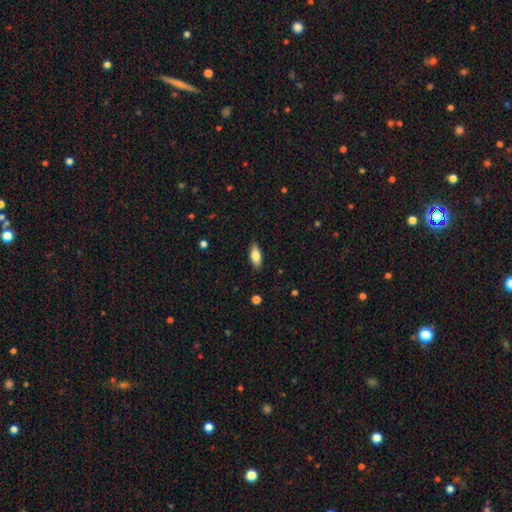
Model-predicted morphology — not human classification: A smooth galaxy with no disk features (73%) that is in between round and cigar-shaped (76%). Merging: none (88%).